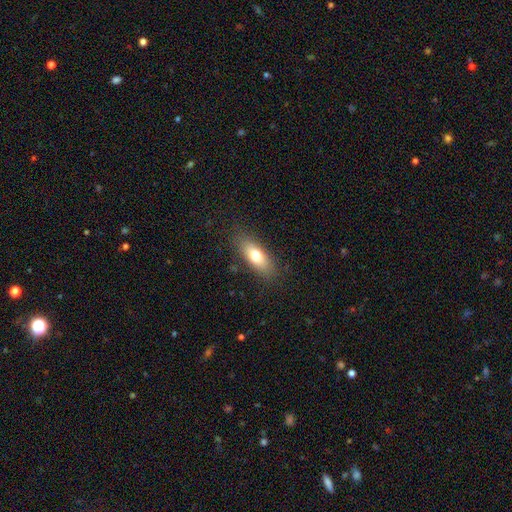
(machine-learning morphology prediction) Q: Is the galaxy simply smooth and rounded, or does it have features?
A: smooth — 72%.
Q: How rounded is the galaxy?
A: in between — 73%.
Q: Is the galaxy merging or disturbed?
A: none — 83%.